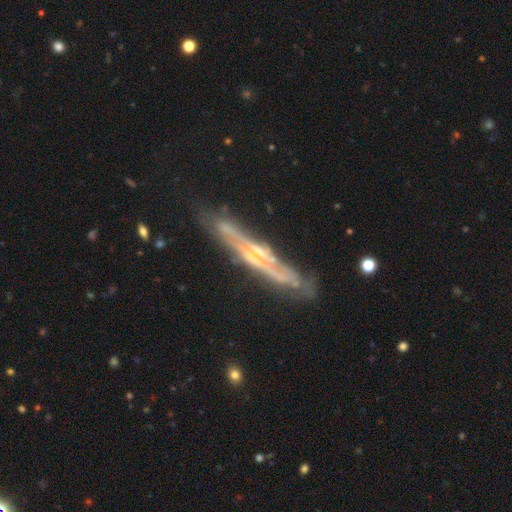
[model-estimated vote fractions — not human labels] featured or disk 78%, smooth 15%, star or artifact 8%. Down the decision tree: edge-on disk — yes (77%); edge-on bulge — none (45%); merging — none (68%).